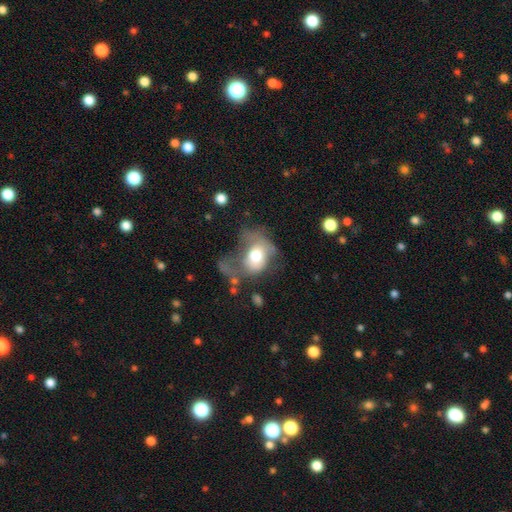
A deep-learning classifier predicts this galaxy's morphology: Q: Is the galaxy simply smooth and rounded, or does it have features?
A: smooth — 61%.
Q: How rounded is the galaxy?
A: in between — 60%.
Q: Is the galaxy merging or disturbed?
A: major disturbance — 57%.